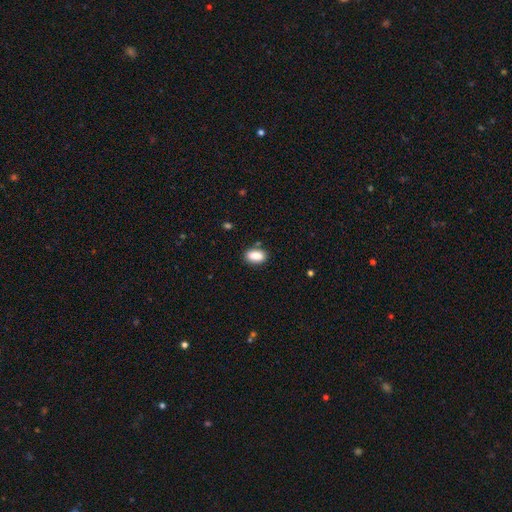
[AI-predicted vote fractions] smooth 87%, star or artifact 8%, featured or disk 5%. Down the decision tree: how rounded — in between (89%); merging — none (83%).